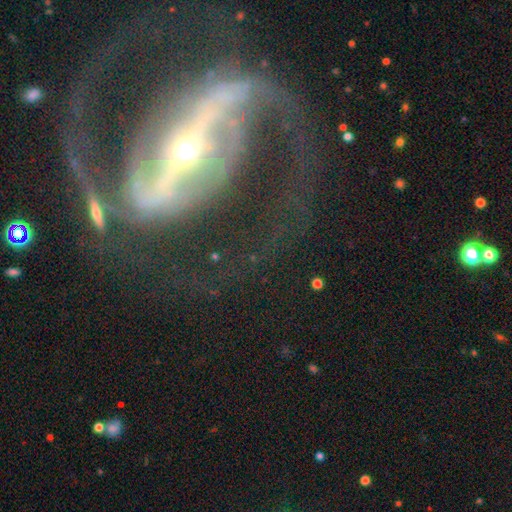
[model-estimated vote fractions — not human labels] Smooth or featured? Predicted: featured or disk (p=0.88). Edge-on disk? Predicted: no (p=0.94). Bar? Predicted: strong (p=0.77). Spiral arms? Predicted: yes (p=0.90). Spiral winding? Predicted: medium (p=0.46). Spiral arm count? Predicted: 2 (p=0.81). Bulge size? Predicted: small (p=0.62). Merging? Predicted: none (p=0.56).